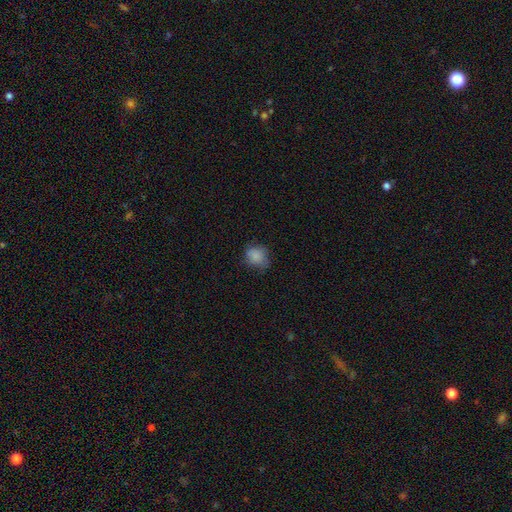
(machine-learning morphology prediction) smooth 82%, star or artifact 11%, featured or disk 7%. Down the decision tree: how rounded — round (63%); merging — none (62%).